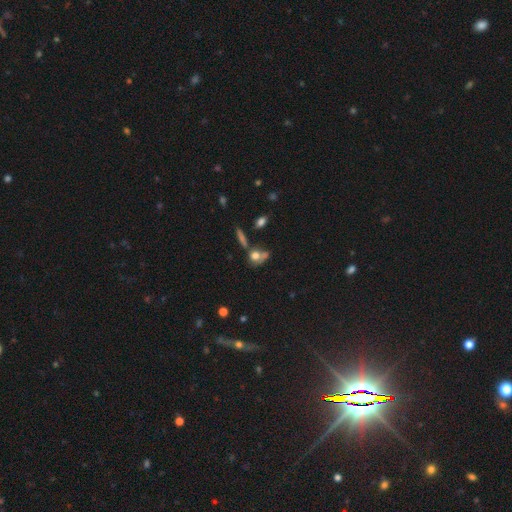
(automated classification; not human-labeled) The model was most divided on "merging": none: 41%, merger: 31%, minor disturbance: 16%, major disturbance: 12%. More confident: smooth or featured — smooth (67%); how rounded — round (54%).